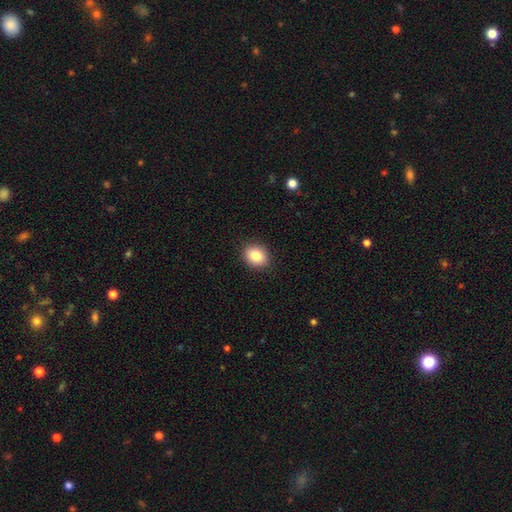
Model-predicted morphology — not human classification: type=smooth (85%); roundness=round (59%); merging=none (90%).